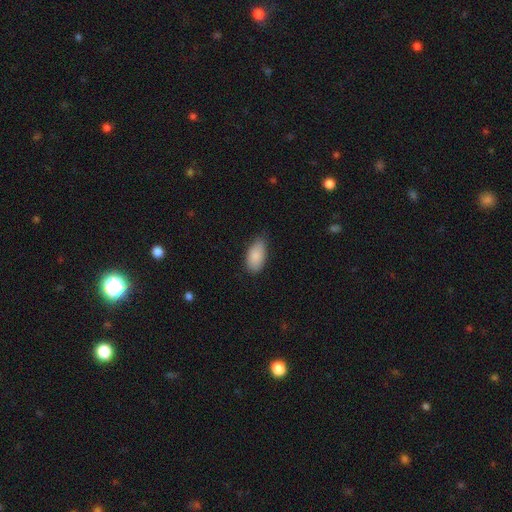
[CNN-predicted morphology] Overall: smooth (87%). How rounded: in between (94%). Merging: none (71%).